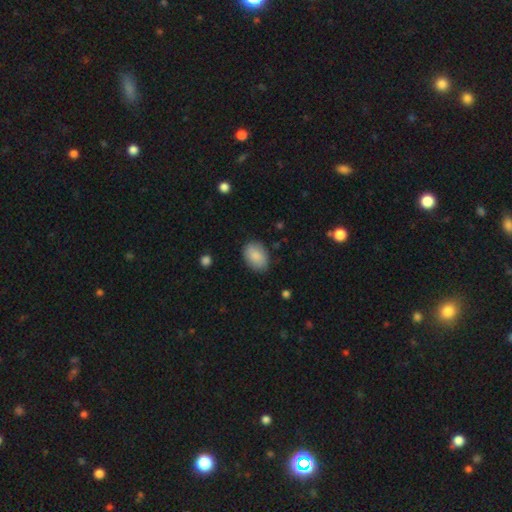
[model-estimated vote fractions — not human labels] A smooth galaxy with no disk features (87%) that is in between round and cigar-shaped (81%).

Vote fractions:
- Smooth or featured? smooth: 87% / featured or disk: 7% / star or artifact: 7%
- How rounded? in between: 81% / round: 18% / cigar-shaped: 1%
- Merging? none: 83% / minor disturbance: 13% / major disturbance: 3% / merger: 1%